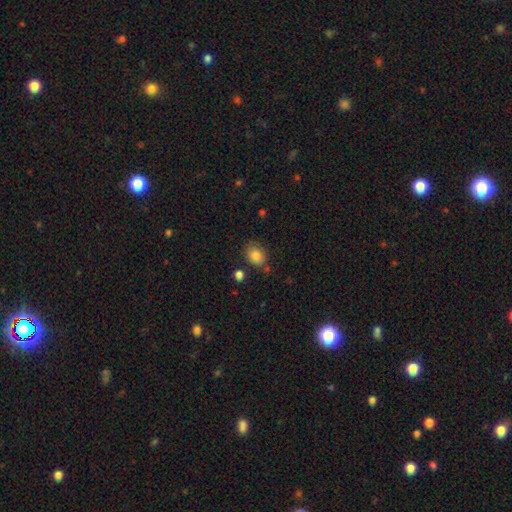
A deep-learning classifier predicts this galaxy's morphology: Overall: smooth (84%). How rounded: in between (57%; round 42%). Merging: none (73%).